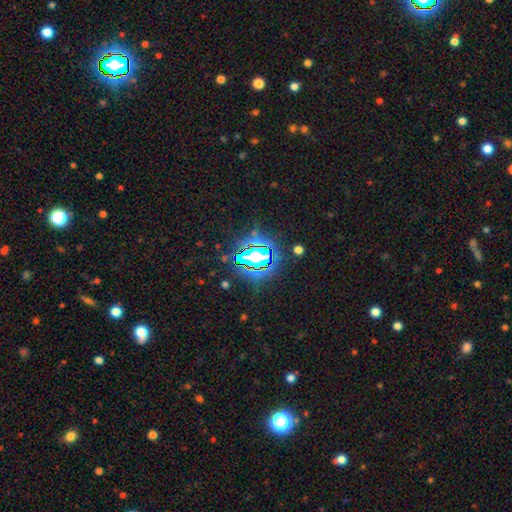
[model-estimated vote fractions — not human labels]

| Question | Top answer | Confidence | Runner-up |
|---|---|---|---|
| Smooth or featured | star or artifact | 81% | smooth (11%) |